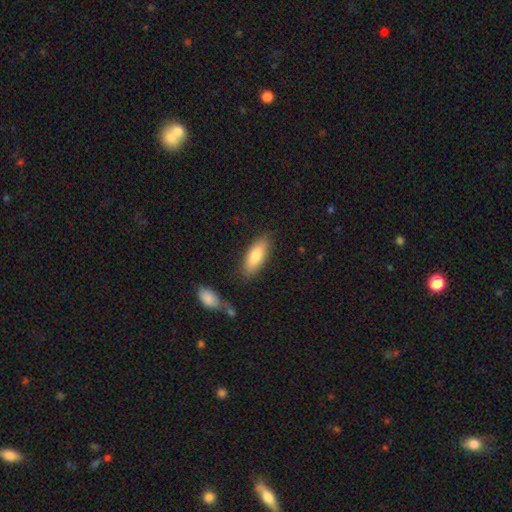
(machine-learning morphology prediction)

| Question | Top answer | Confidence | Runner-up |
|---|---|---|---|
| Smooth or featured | smooth | 80% | featured or disk (14%) |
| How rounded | in between | 69% | cigar-shaped (29%) |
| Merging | none | 80% | minor disturbance (13%) |